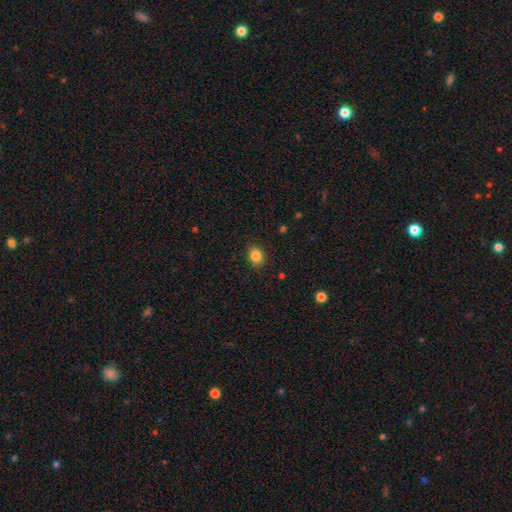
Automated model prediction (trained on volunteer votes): A smooth galaxy with no disk features (85%) that is round (55%).

Vote fractions:
- Smooth or featured? smooth: 85% / star or artifact: 10% / featured or disk: 4%
- How rounded? round: 55% / in between: 44% / cigar-shaped: 1%
- Merging? none: 89% / minor disturbance: 8% / major disturbance: 2% / merger: 1%